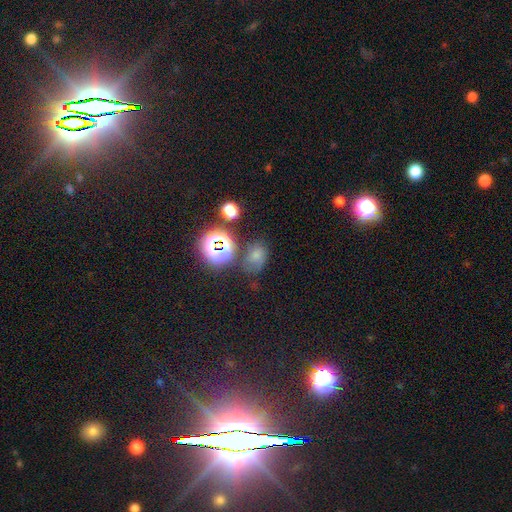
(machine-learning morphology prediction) A smooth galaxy with no disk features (62%) that is in between round and cigar-shaped (62%).

Vote fractions:
- Smooth or featured? smooth: 62% / star or artifact: 28% / featured or disk: 10%
- How rounded? in between: 62% / round: 37% / cigar-shaped: 1%
- Merging? none: 59% / minor disturbance: 21% / merger: 10% / major disturbance: 10%